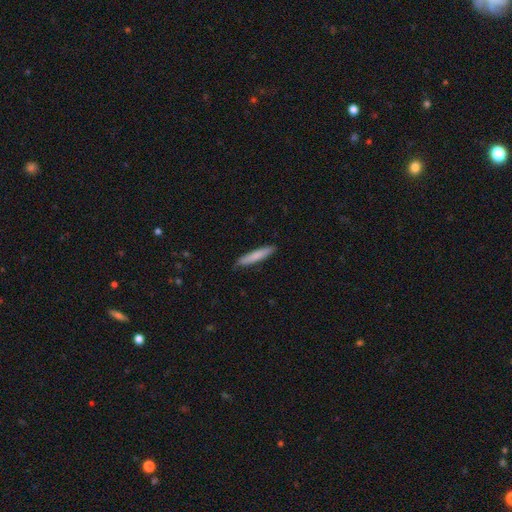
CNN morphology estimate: Overall: smooth (78%). How rounded: cigar-shaped (92%). Merging: none (86%).